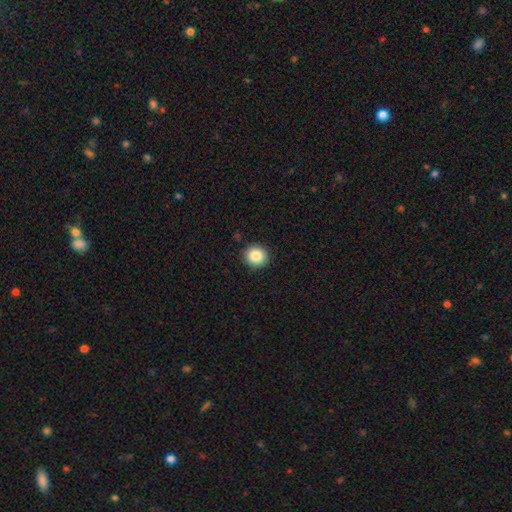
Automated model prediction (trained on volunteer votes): smooth-or-featured: smooth: 86% | star or artifact: 9% | featured or disk: 5%
  how-rounded: round: 88% | in between: 11% | cigar-shaped: 1%
  merging: none: 90% | minor disturbance: 7% | major disturbance: 2% | merger: 1%